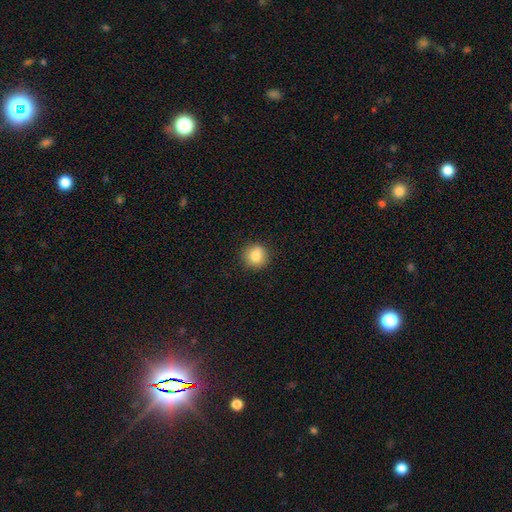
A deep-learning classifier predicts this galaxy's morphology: The model was most divided on "smooth or featured": smooth: 82%, star or artifact: 10%, featured or disk: 8%. More confident: how rounded — round (91%); merging — none (87%).